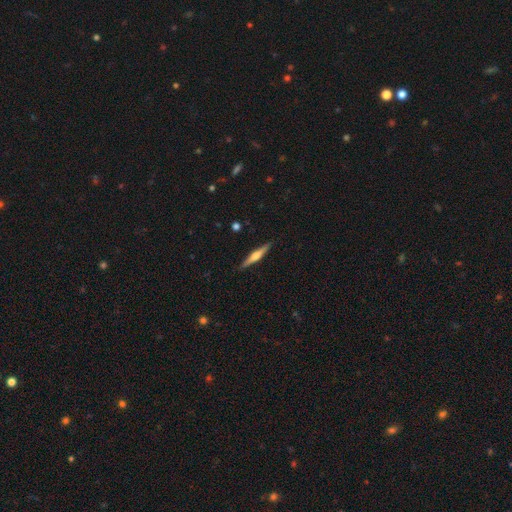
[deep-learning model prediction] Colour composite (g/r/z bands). It shows a featured or disk galaxy (67%) viewed edge-on (98%) with a rounded central bulge (84%). Merging: none (91%).